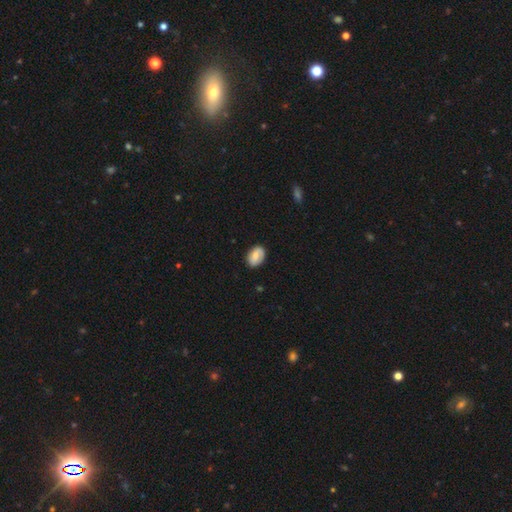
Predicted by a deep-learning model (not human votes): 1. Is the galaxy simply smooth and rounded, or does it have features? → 67% smooth, 26% featured or disk, 7% star or artifact.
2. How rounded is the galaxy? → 81% in between, 18% round, 1% cigar-shaped.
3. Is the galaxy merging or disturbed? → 83% none, 13% minor disturbance, 3% major disturbance, 1% merger.